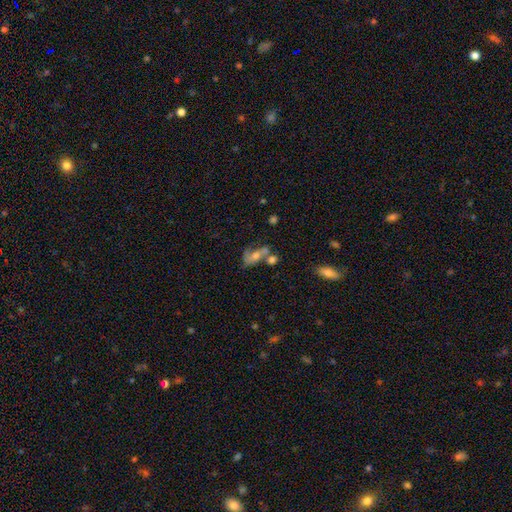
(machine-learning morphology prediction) Overall: featured or disk (46%; smooth 39%). Merging: merger (34%, tied with none).